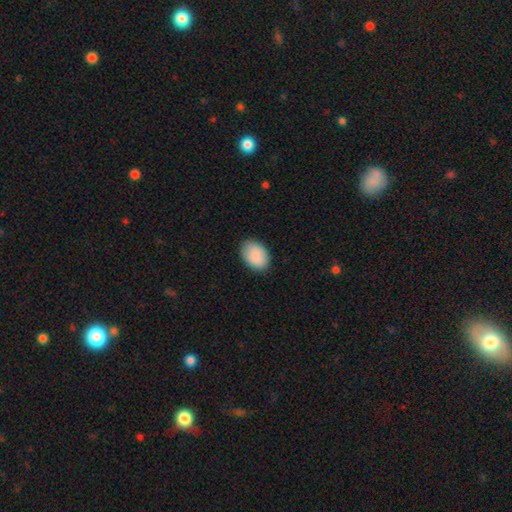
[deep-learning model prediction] Smooth or featured? smooth (90%)
How rounded? in between (83%)
Merging? none (86%)